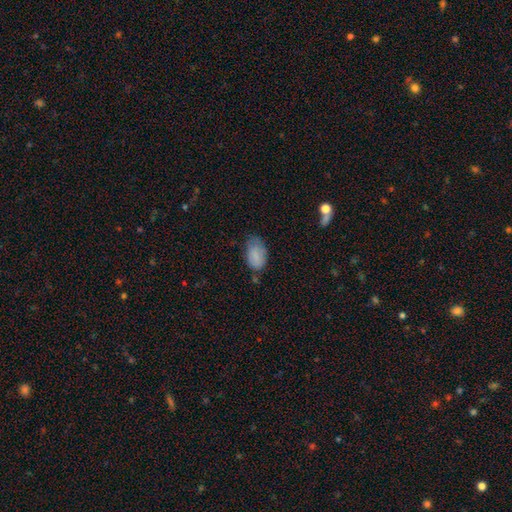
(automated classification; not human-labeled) Overall: smooth (82%). How rounded: in between (91%). Merging: none (49%; minor disturbance 38%).